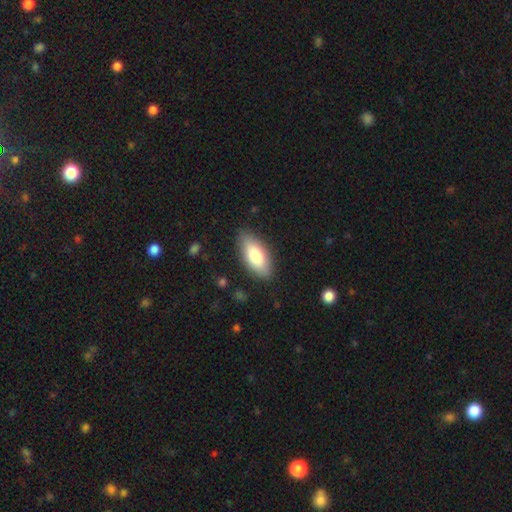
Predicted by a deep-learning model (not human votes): This appears to be a smooth galaxy with no disk features (80%) that is in between round and cigar-shaped (87%). Merging: none (85%).